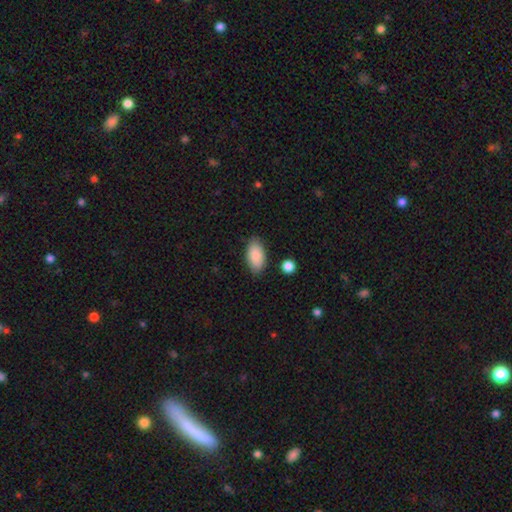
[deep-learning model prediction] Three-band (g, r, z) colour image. It shows a smooth galaxy with no disk features (88%) that is in between round and cigar-shaped (94%). Merging: none (83%).